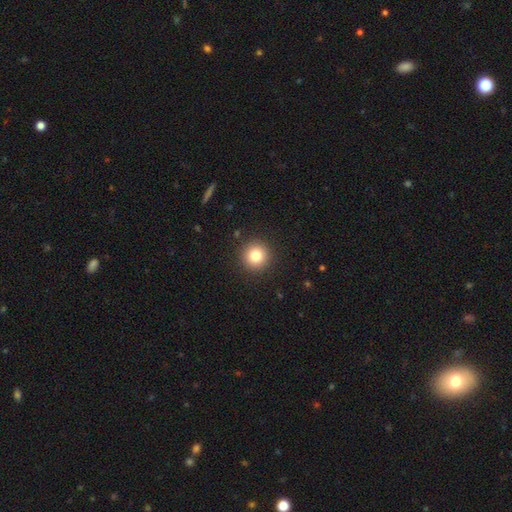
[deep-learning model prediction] This appears to be a smooth galaxy with no disk features (81%) that is round (95%). Merging: none (91%).